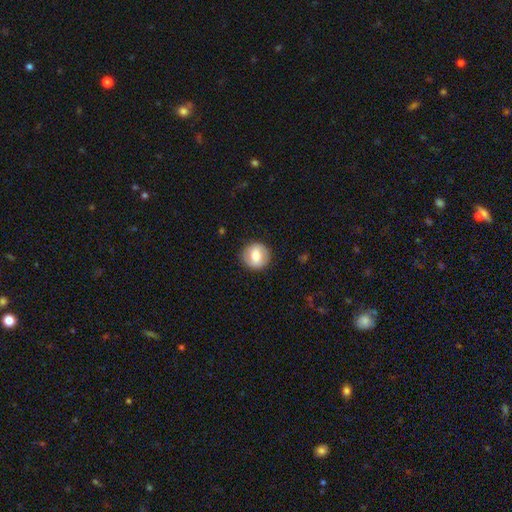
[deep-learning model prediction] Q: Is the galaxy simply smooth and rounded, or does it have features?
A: smooth — 68%.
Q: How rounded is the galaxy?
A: round — 90%.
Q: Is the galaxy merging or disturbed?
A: none — 89%.